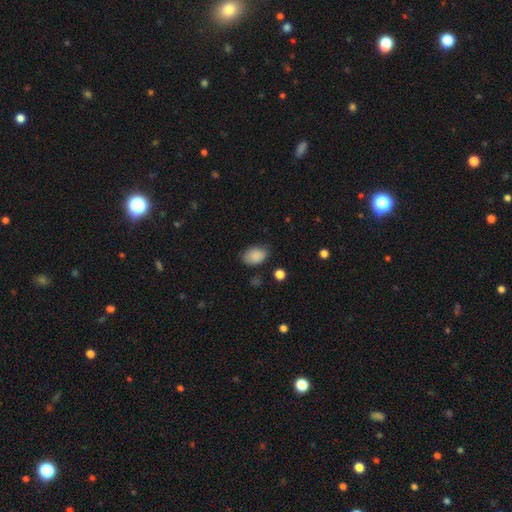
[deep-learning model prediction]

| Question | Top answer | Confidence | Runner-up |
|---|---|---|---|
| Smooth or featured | smooth | 88% | star or artifact (8%) |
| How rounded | in between | 87% | round (12%) |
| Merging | none | 75% | minor disturbance (19%) |